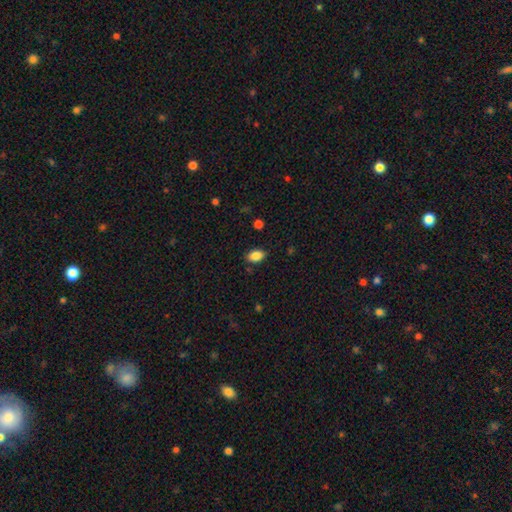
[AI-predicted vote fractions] A smooth galaxy with no disk features (87%) that is in between round and cigar-shaped (85%). Merging: none (85%).